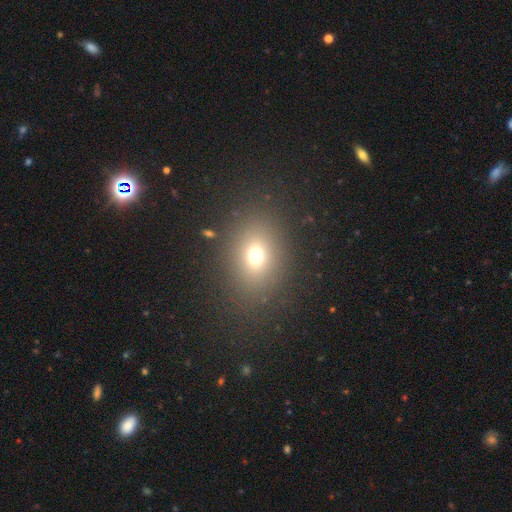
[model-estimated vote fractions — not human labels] A smooth galaxy with no disk features (69%) that is in between round and cigar-shaped (50%). Merging: none (83%).